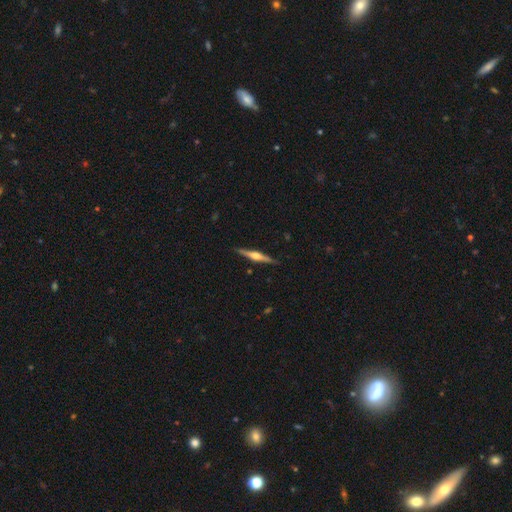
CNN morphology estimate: type=featured or disk (76%); edge-on=yes (98%); edge-on bulge=rounded (89%); merging=none (90%).